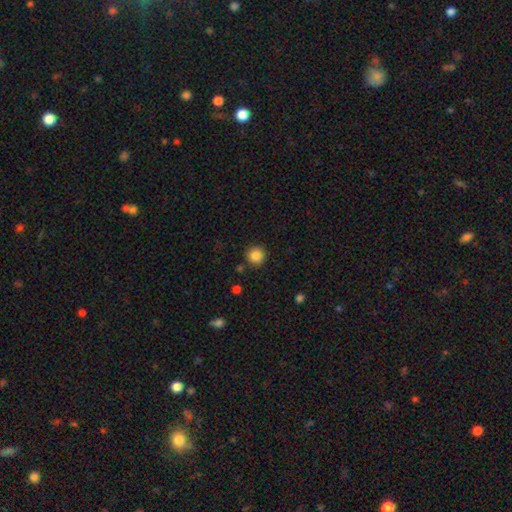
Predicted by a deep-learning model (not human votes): A smooth galaxy with no disk features (86%) that is round (95%). Merging: none (89%).